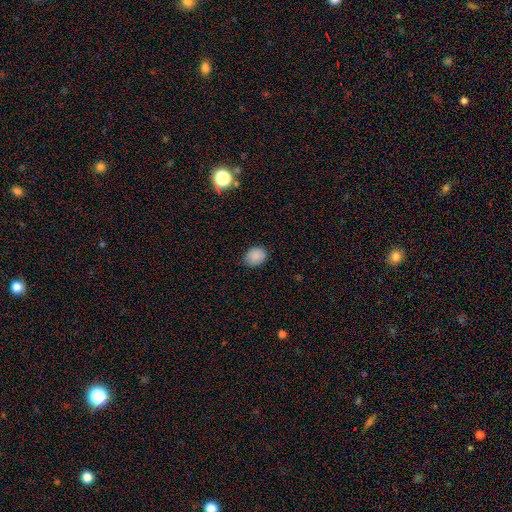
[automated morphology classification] This is clearly a smooth galaxy (85%). How rounded: possibly round (52%). Merging: likely none (79%).